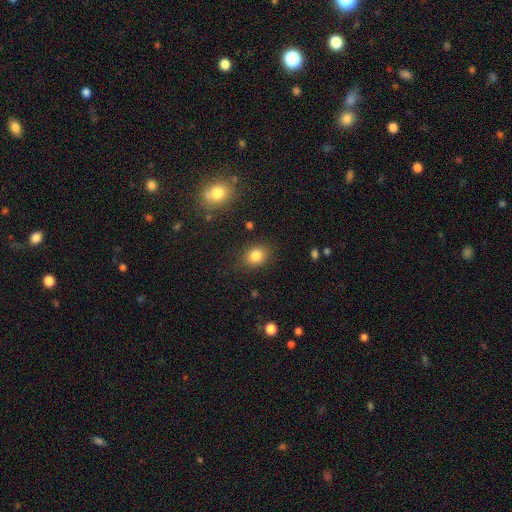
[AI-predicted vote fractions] Q: Smooth or featured?
A: smooth (83%); runner-up: star or artifact (11%)
Q: How rounded?
A: in between (53%); runner-up: round (46%)
Q: Merging?
A: none (84%); runner-up: minor disturbance (11%)